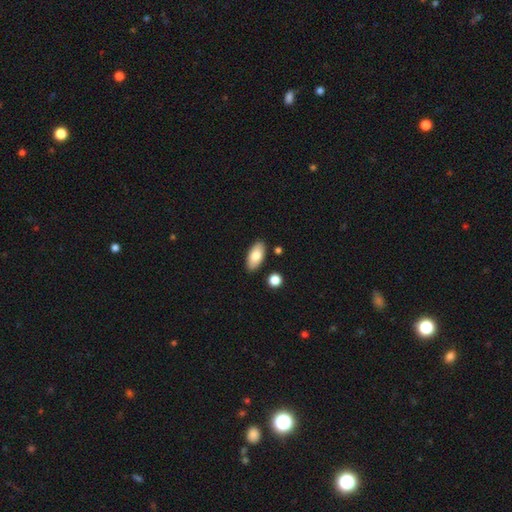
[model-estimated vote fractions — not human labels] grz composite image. It shows a smooth galaxy with no disk features (82%) that is in between round and cigar-shaped (91%). Merging: none (86%).